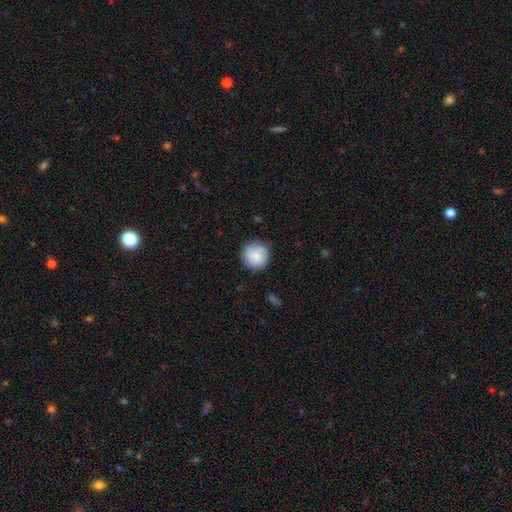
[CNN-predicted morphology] type=smooth (65%); roundness=round (91%); merging=none (76%).